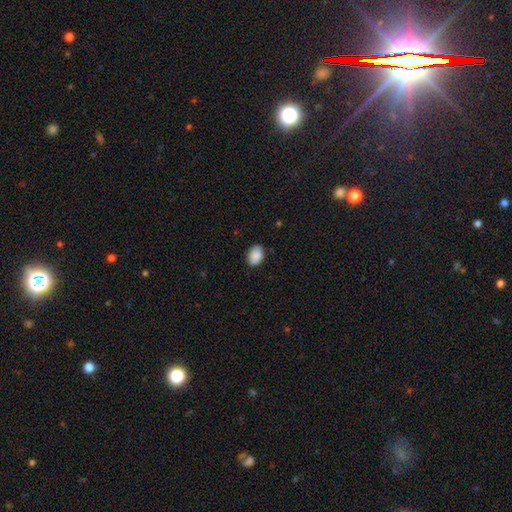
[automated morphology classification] type=smooth (90%); roundness=in between (83%); merging=none (85%).